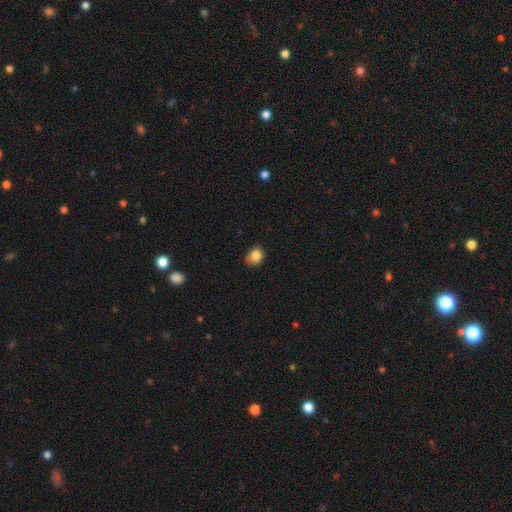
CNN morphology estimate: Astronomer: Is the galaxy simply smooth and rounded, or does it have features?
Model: smooth — 84%.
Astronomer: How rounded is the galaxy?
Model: round — 53% (runner-up: in between, 46%).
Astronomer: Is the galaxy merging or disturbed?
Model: none — 68%.